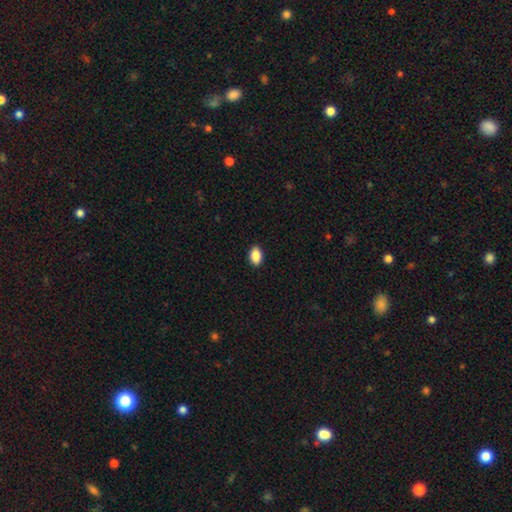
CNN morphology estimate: type=smooth (89%); roundness=in between (89%); merging=none (90%).